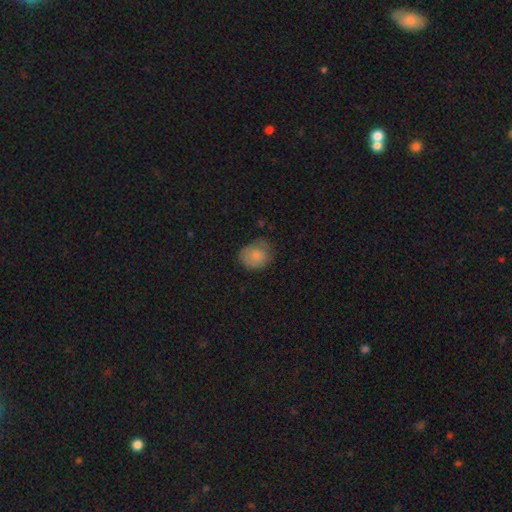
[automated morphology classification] Q: Smooth or featured?
A: smooth (76%); runner-up: featured or disk (15%)
Q: How rounded?
A: round (64%); runner-up: in between (35%)
Q: Merging?
A: none (57%); runner-up: minor disturbance (30%)